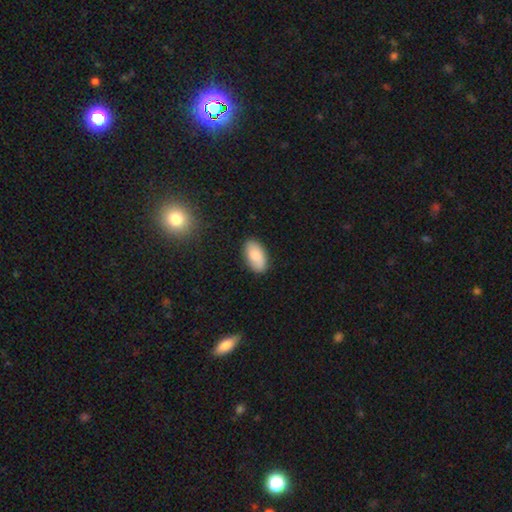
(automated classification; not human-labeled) A smooth galaxy with no disk features (84%) that is in between round and cigar-shaped (94%). Merging: none (85%).